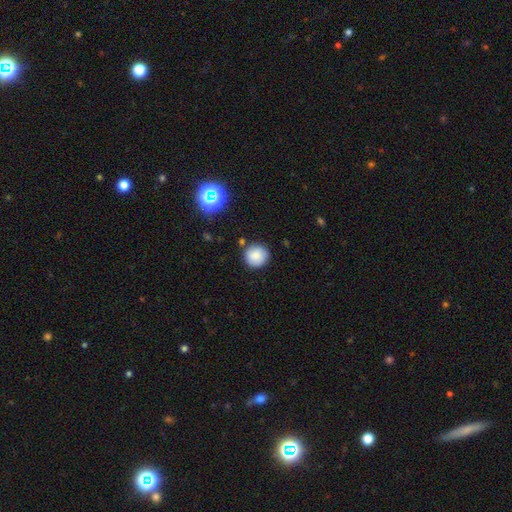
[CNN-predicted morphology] smooth 82%, star or artifact 10%, featured or disk 8%. Down the decision tree: how rounded — round (94%); merging — none (85%).